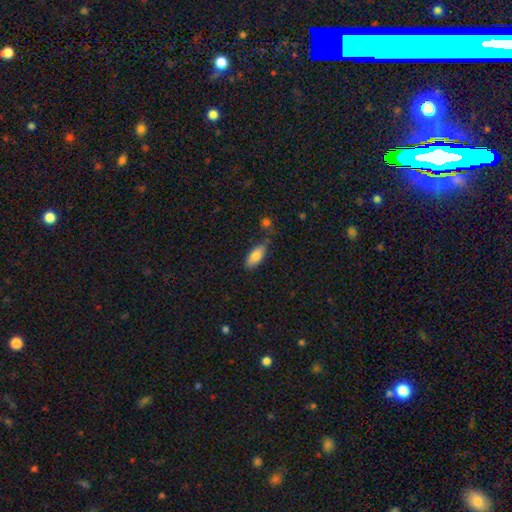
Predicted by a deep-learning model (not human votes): Smooth or featured? Predicted: smooth (p=0.80). How rounded? Predicted: in between (p=0.83). Merging? Predicted: none (p=0.69).